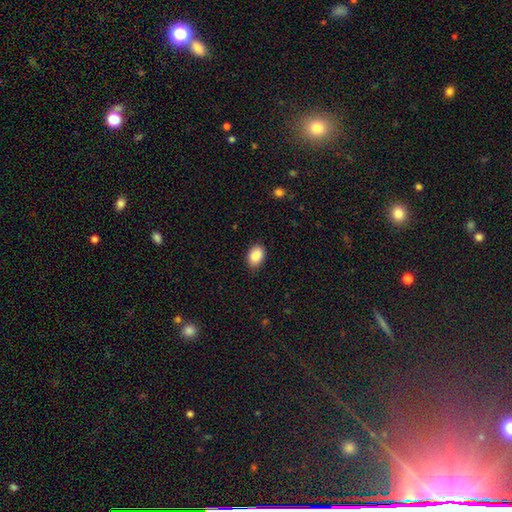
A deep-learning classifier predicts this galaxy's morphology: Smooth or featured? smooth (87%)
How rounded? in between (78%)
Merging? none (79%)